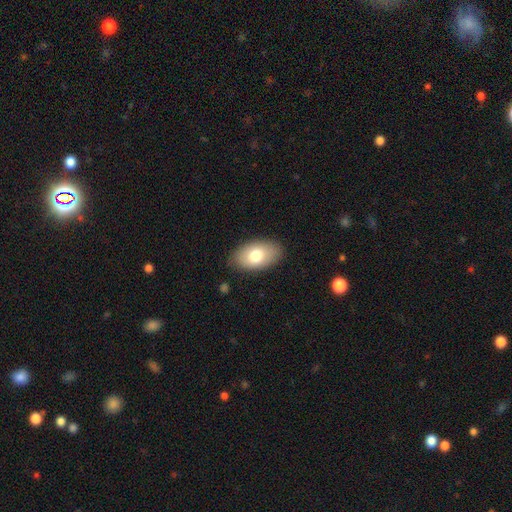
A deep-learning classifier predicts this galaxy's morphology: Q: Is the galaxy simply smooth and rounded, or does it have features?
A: smooth — 76%.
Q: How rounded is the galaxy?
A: in between — 93%.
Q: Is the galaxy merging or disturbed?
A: none — 85%.